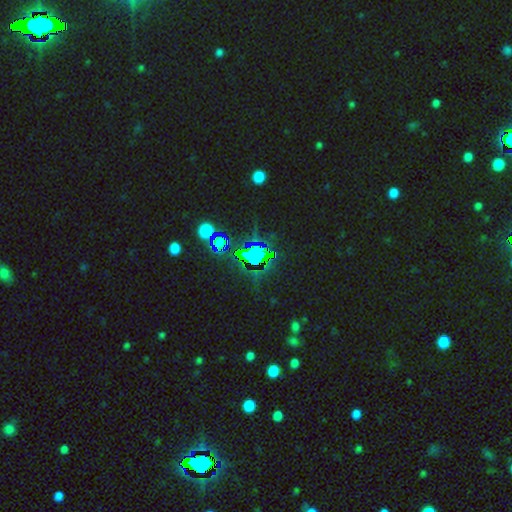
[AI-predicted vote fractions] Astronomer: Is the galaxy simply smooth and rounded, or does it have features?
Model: star or artifact — 78%.